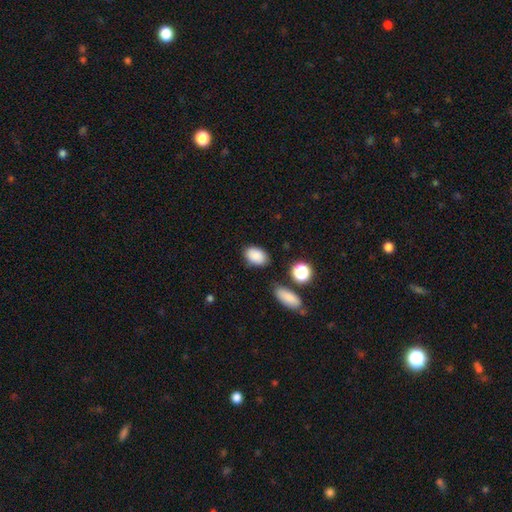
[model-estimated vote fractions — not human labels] Morphology: type=smooth (87%); roundness=in between (87%); merging=none (78%).